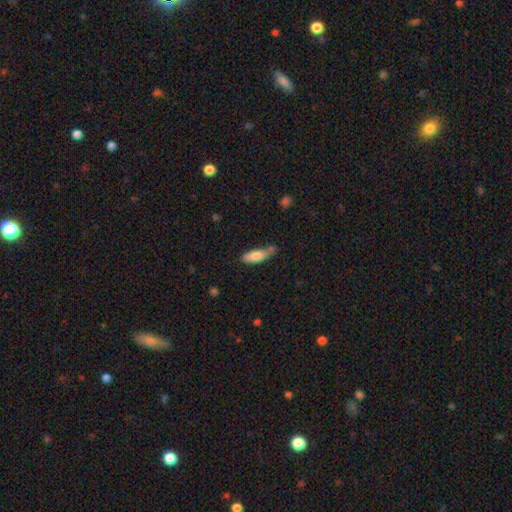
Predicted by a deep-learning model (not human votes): Smooth or featured? smooth (82%)
How rounded? in between (58%)
Merging? none (59%)